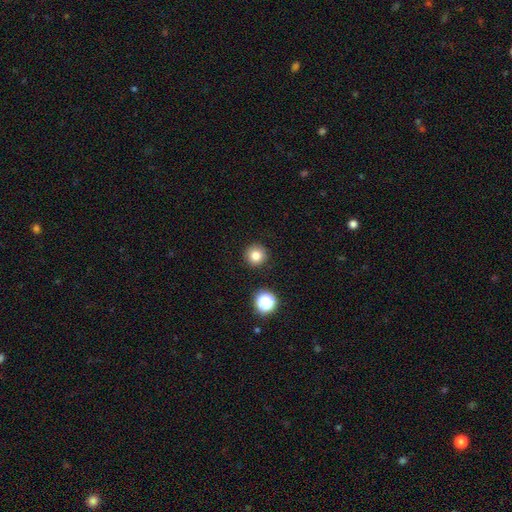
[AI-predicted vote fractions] Overall: smooth (80%). How rounded: round (95%). Merging: none (91%).